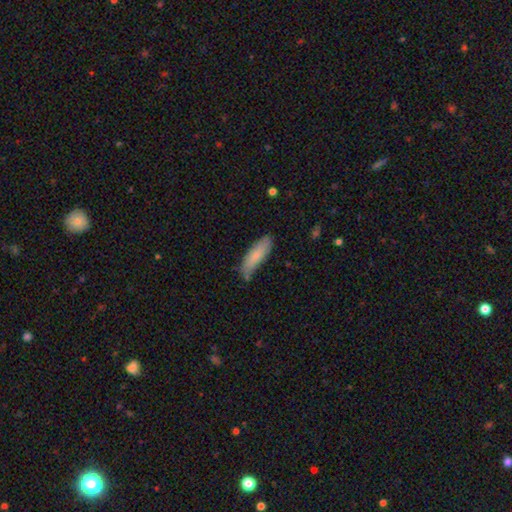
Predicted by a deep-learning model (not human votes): Morphology: type=smooth (79%); roundness=cigar-shaped (51%); merging=none (71%).